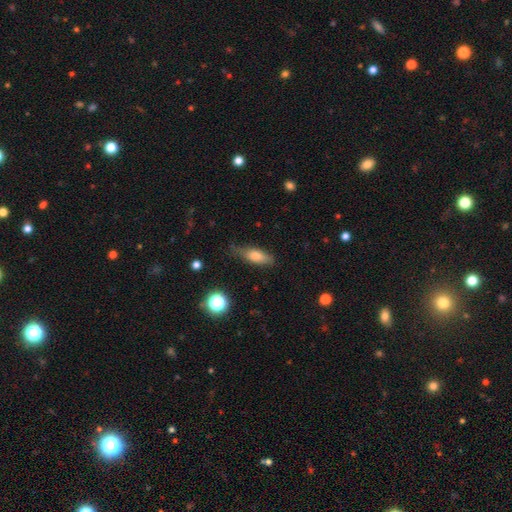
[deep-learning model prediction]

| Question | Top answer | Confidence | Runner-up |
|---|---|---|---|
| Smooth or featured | smooth | 70% | featured or disk (21%) |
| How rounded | in between | 58% | cigar-shaped (38%) |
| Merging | none | 69% | minor disturbance (23%) |